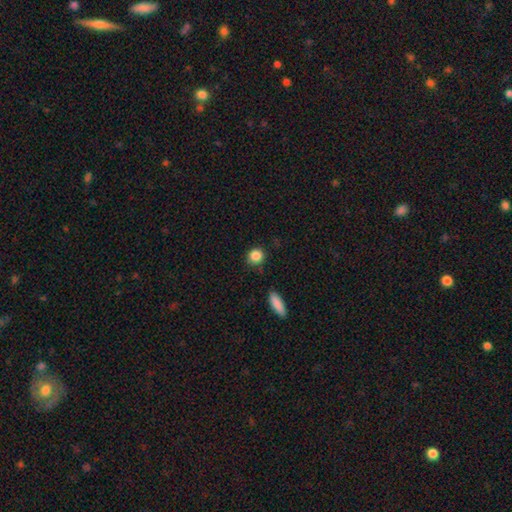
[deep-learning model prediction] smooth_or_featured: smooth (p=0.87) [alt: star or artifact p=0.09]
how_rounded: round (p=0.87) [alt: in between p=0.11]
merging: none (p=0.82) [alt: minor disturbance p=0.12]